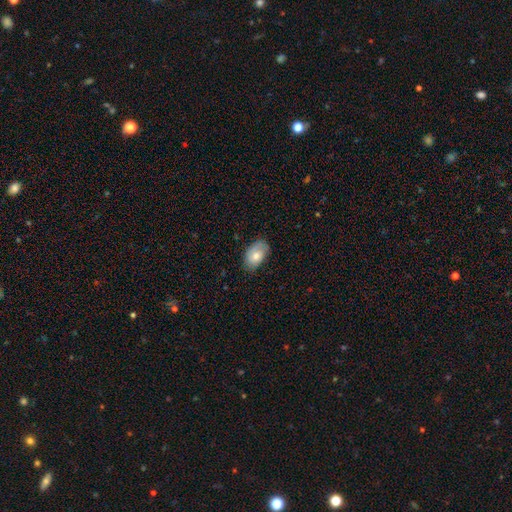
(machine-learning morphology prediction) A smooth galaxy with no disk features (73%) that is in between round and cigar-shaped (92%). Merging: none (73%).